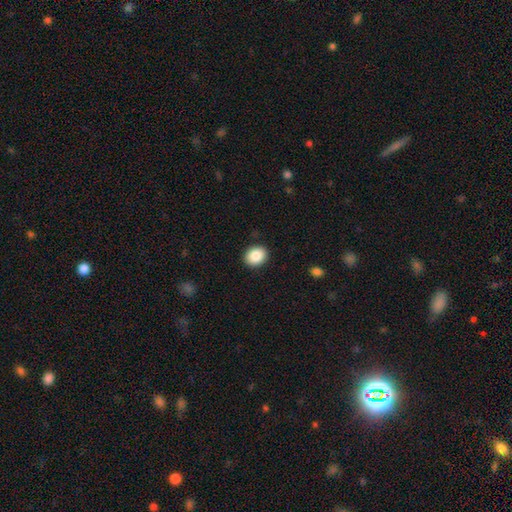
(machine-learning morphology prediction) Smooth or featured?
  - smooth: 87% *
  - star or artifact: 8%
  - featured or disk: 5%
How rounded?
  - round: 58% *
  - in between: 41%
  - cigar-shaped: 1%
Merging?
  - none: 91% *
  - minor disturbance: 6%
  - major disturbance: 2%
  - merger: 1%